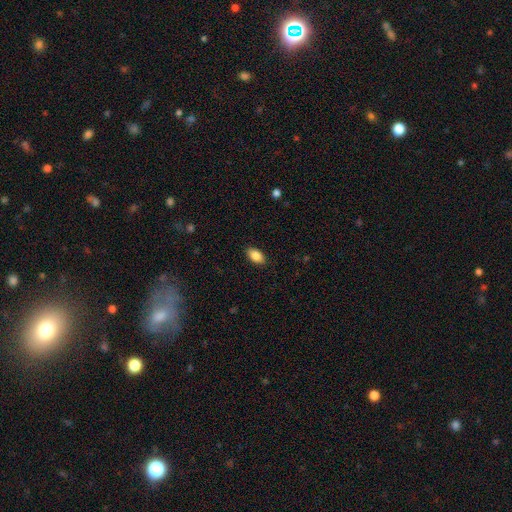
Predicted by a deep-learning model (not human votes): This appears to be a smooth galaxy with no disk features (86%) that is in between round and cigar-shaped (92%). Merging: none (88%).